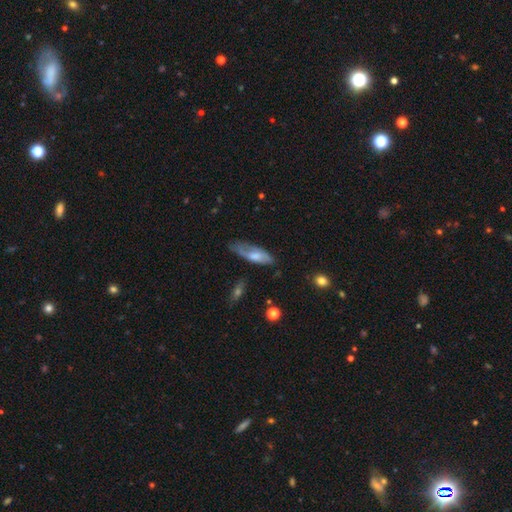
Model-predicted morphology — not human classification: A smooth galaxy with no disk features (54%) that is in between round and cigar-shaped (68%). Merging: none (47%).